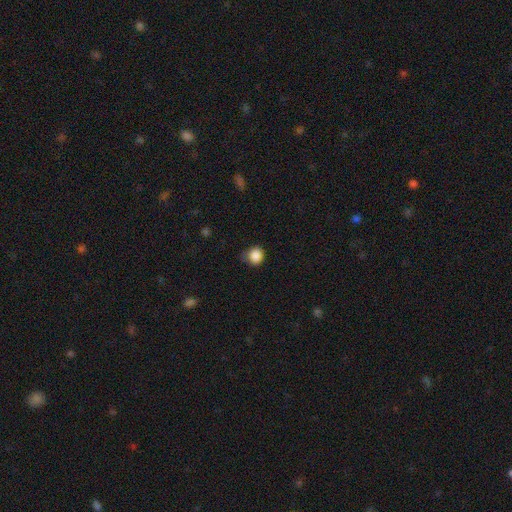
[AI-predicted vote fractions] smooth-or-featured: smooth: 87% | star or artifact: 10% | featured or disk: 4%
  how-rounded: round: 81% | in between: 19% | cigar-shaped: 1%
  merging: none: 61% | minor disturbance: 31% | major disturbance: 7% | merger: 2%